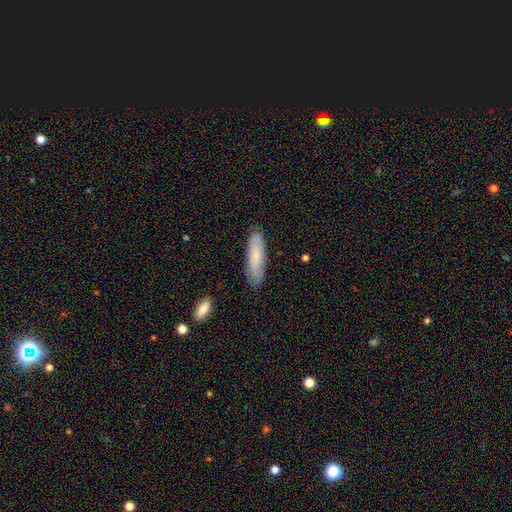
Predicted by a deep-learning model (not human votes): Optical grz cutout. It shows a smooth galaxy with no disk features (70%) that is cigar-shaped (60%). Merging: none (81%).